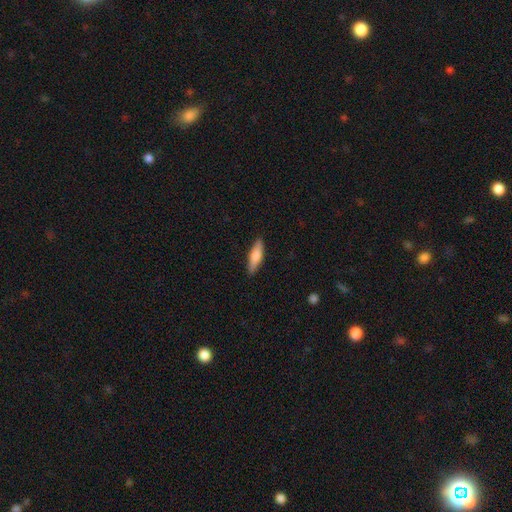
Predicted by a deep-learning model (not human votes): This is likely a smooth galaxy (72%). How rounded: likely cigar-shaped (62%). Merging: clearly none (89%).